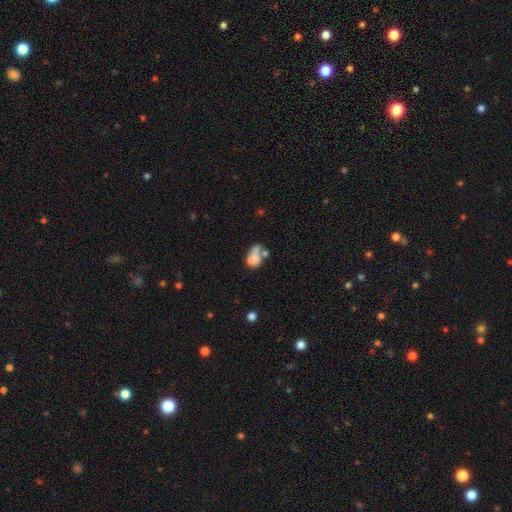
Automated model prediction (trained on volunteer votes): This appears to be a smooth galaxy with no disk features (55%) that is in between round and cigar-shaped (73%). Merging: merger (48%).